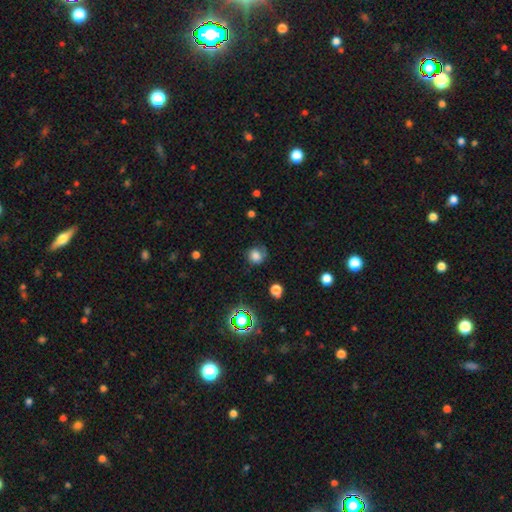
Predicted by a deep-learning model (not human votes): A smooth galaxy with no disk features (70%) that is round (79%).

Vote fractions:
- Smooth or featured? smooth: 70% / star or artifact: 15% / featured or disk: 14%
- How rounded? round: 79% / in between: 20% / cigar-shaped: 1%
- Merging? none: 61% / minor disturbance: 24% / major disturbance: 13% / merger: 2%